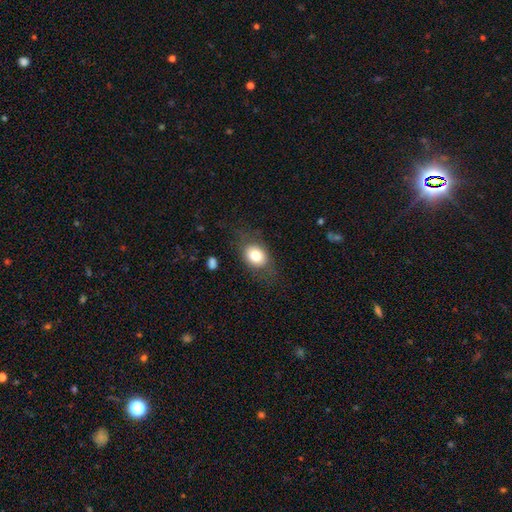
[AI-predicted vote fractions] A smooth galaxy with no disk features (75%) that is in between round and cigar-shaped (56%). Merging: none (72%).